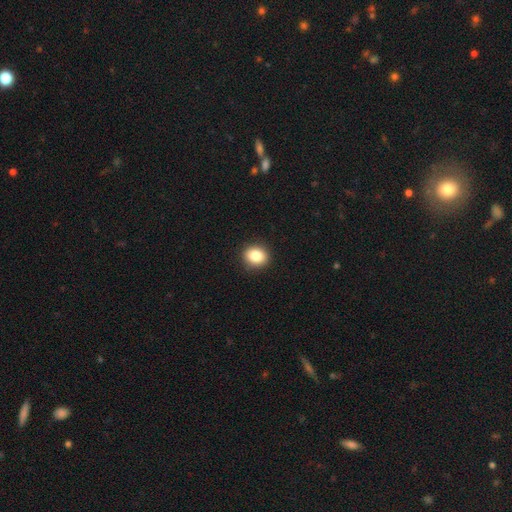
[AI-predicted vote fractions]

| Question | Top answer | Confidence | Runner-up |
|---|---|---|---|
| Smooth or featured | smooth | 84% | star or artifact (10%) |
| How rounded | round | 74% | in between (25%) |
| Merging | none | 92% | minor disturbance (6%) |